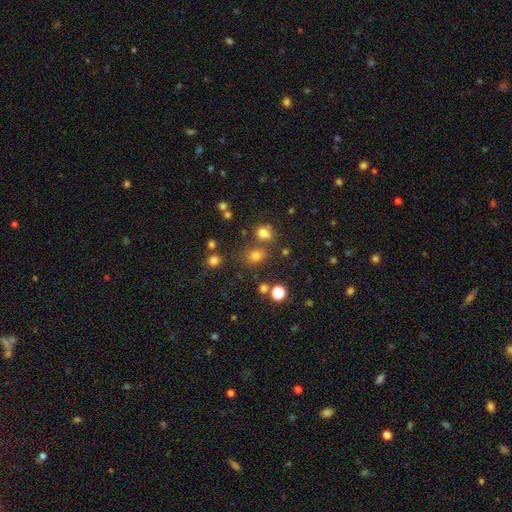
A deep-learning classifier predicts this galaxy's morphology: Smooth or featured? smooth (72%)
How rounded? round (61%)
Merging? none (69%)